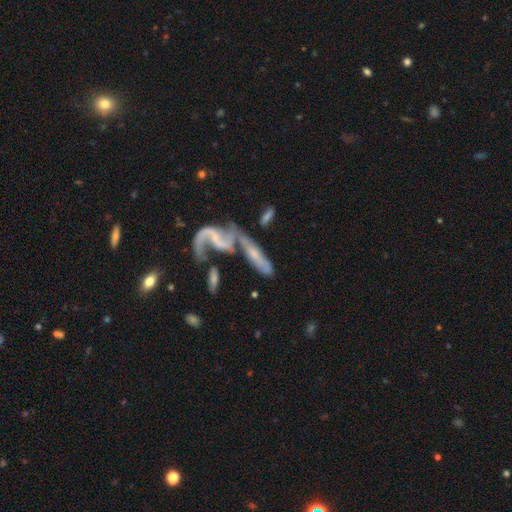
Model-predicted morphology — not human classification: Smooth or featured?
  - featured or disk: 68% *
  - smooth: 24%
  - star or artifact: 8%
Edge-on disk?
  - no: 82% *
  - yes: 18%
Bar?
  - no: 53% *
  - weak: 33%
  - strong: 14%
Spiral arms?
  - yes: 74% *
  - no: 26%
Bulge size?
  - small: 54% *
  - none: 22%
  - moderate: 20%
  - large: 3%
  - dominant: 2%
Merging?
  - merger: 53% *
  - none: 23%
  - major disturbance: 13%
  - minor disturbance: 11%